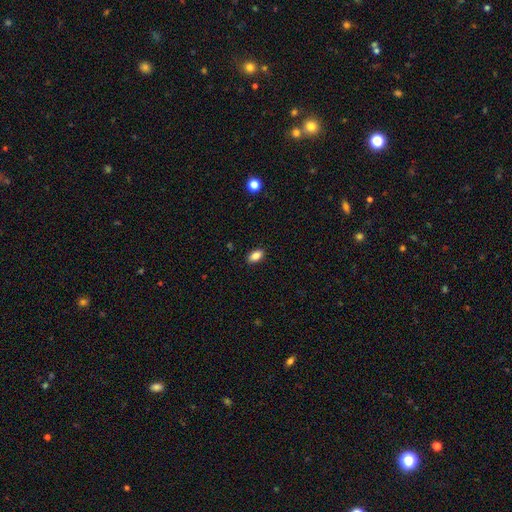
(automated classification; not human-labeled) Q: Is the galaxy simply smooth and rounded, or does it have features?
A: smooth — 86%.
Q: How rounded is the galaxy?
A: in between — 91%.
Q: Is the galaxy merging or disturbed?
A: none — 89%.